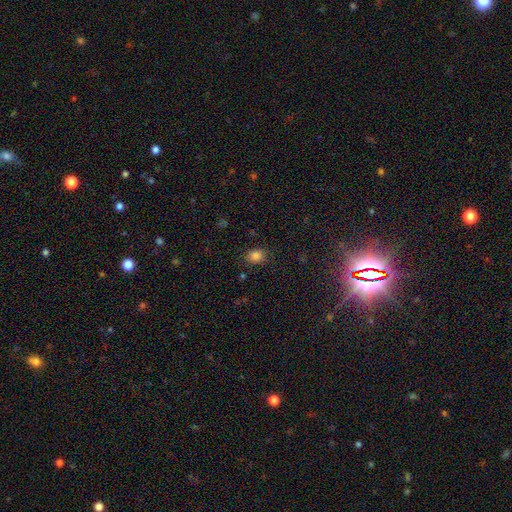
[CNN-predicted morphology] Overall: smooth (83%). How rounded: in between (51%; round 48%). Merging: none (83%).